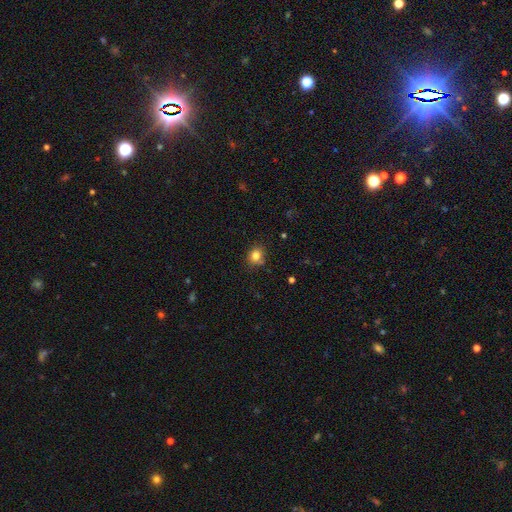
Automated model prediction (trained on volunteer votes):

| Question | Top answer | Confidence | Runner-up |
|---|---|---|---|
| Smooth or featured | smooth | 80% | star or artifact (13%) |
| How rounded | round | 75% | in between (24%) |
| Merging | none | 76% | minor disturbance (17%) |